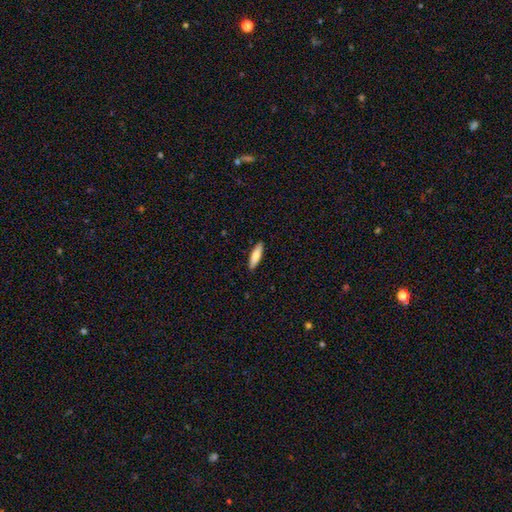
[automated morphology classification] The model was most divided on "how rounded": cigar-shaped: 67%, in between: 32%, round: 2%. More confident: merging — none (90%); smooth or featured — smooth (77%).